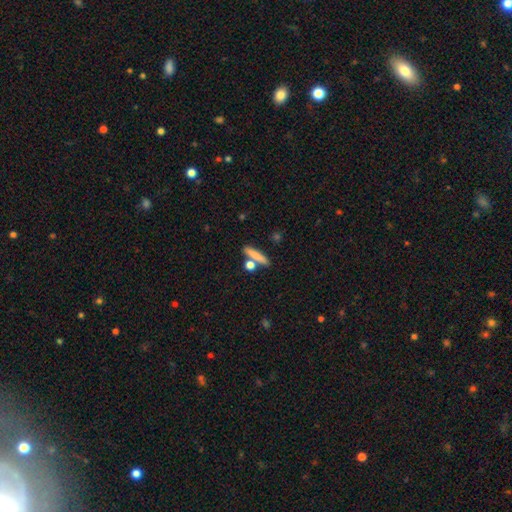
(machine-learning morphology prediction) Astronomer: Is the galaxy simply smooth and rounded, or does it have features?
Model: smooth — 78%.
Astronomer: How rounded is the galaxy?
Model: cigar-shaped — 74%.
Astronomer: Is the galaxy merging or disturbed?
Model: none — 73%.